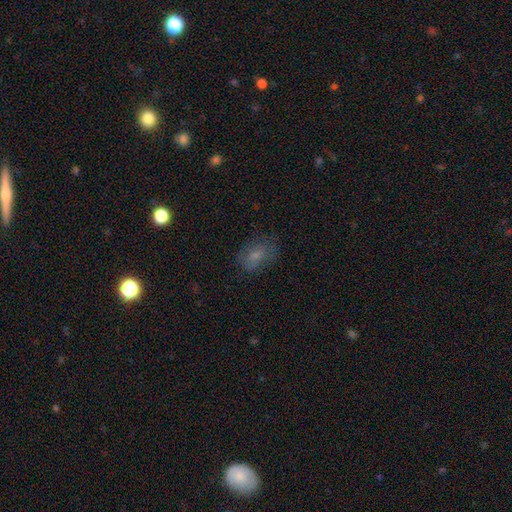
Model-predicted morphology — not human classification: Q: Smooth or featured?
A: smooth (65%); runner-up: featured or disk (21%)
Q: How rounded?
A: in between (80%); runner-up: round (18%)
Q: Merging?
A: none (69%); runner-up: minor disturbance (20%)